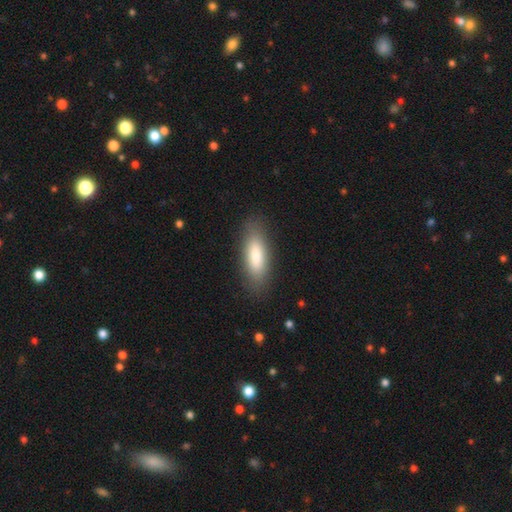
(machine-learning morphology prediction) Smooth or featured?
  - smooth: 79% *
  - featured or disk: 14%
  - star or artifact: 6%
How rounded?
  - in between: 64% *
  - cigar-shaped: 34%
  - round: 2%
Merging?
  - none: 85% *
  - minor disturbance: 11%
  - major disturbance: 3%
  - merger: 1%